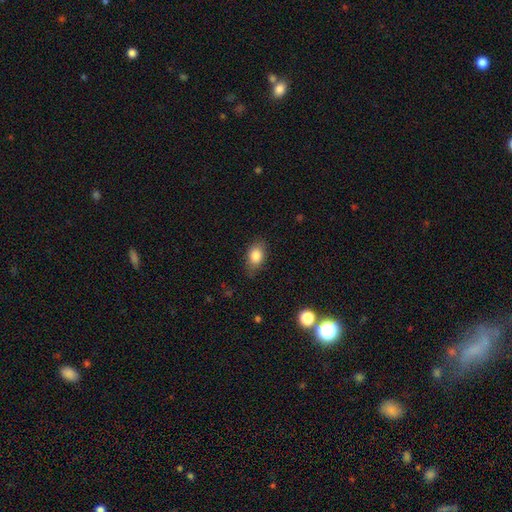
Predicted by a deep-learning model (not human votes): Smooth or featured: smooth — 84% (star or artifact — 8%)
How rounded: in between — 82% (round — 15%)
Merging: none — 77% (minor disturbance — 18%)